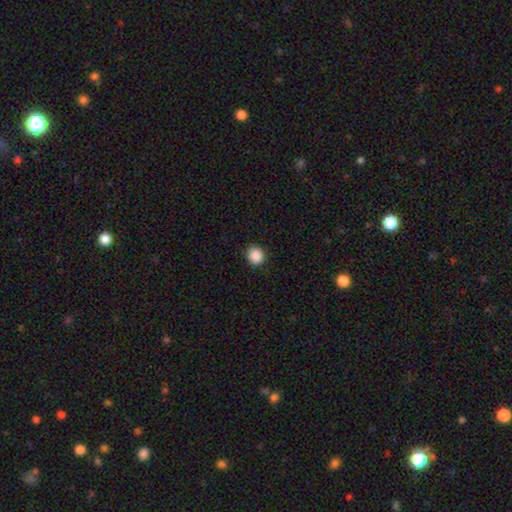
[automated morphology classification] Smooth or featured: smooth — 89% (star or artifact — 9%)
How rounded: round — 86% (in between — 13%)
Merging: none — 91% (minor disturbance — 6%)